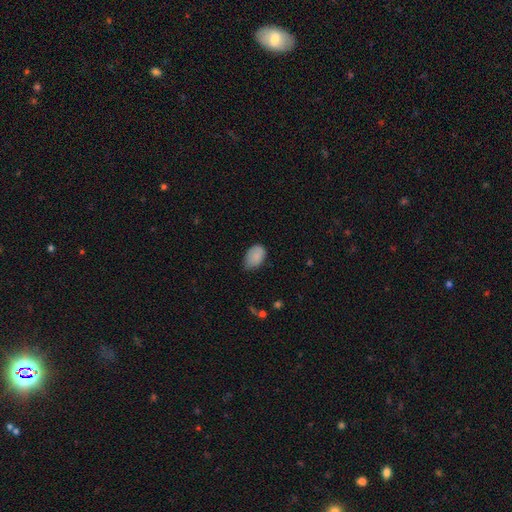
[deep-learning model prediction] The model was most divided on "merging": none: 60%, minor disturbance: 33%, major disturbance: 5%, merger: 1%. More confident: how rounded — in between (90%); smooth or featured — smooth (87%).